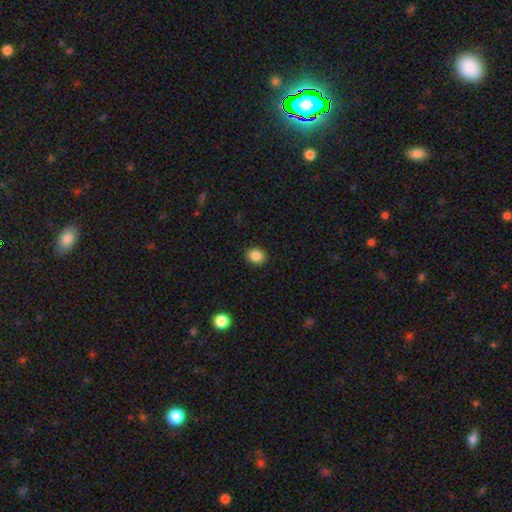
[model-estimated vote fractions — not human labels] smooth 86%, star or artifact 9%, featured or disk 4%. Down the decision tree: how rounded — round (52%); merging — none (90%).